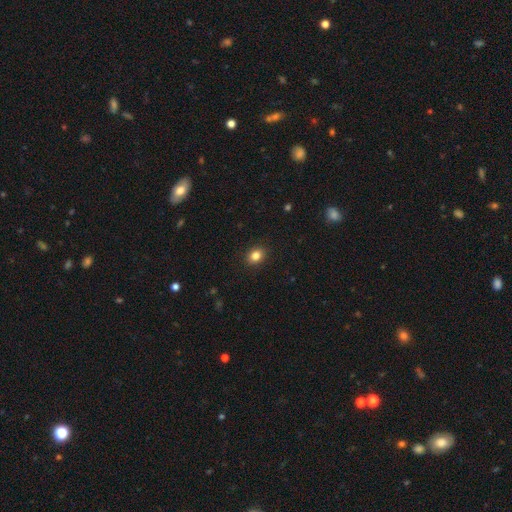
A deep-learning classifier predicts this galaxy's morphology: smooth 83%, star or artifact 11%, featured or disk 6%. Down the decision tree: how rounded — in between (54%); merging — none (90%).